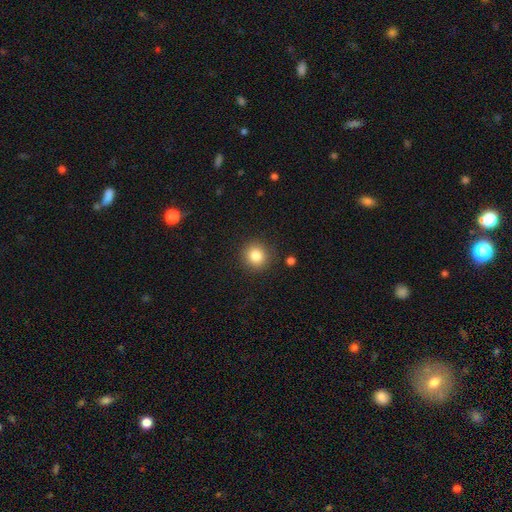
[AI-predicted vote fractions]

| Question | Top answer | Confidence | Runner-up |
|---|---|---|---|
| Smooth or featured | smooth | 84% | star or artifact (10%) |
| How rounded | round | 91% | in between (8%) |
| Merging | none | 89% | minor disturbance (7%) |